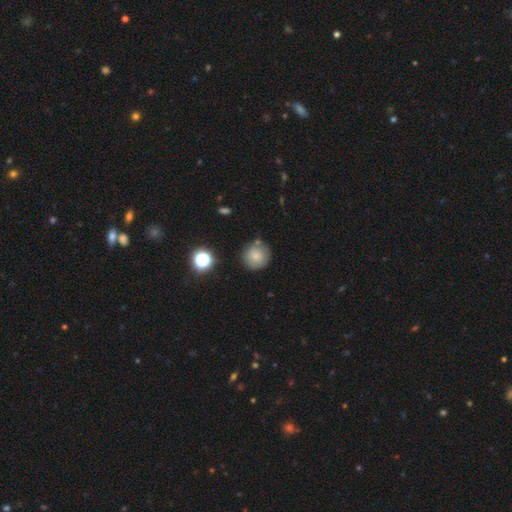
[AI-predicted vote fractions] smooth-or-featured: smooth: 78% | star or artifact: 11% | featured or disk: 11%
  how-rounded: round: 93% | in between: 6% | cigar-shaped: 1%
  merging: none: 75% | minor disturbance: 14% | merger: 7% | major disturbance: 4%